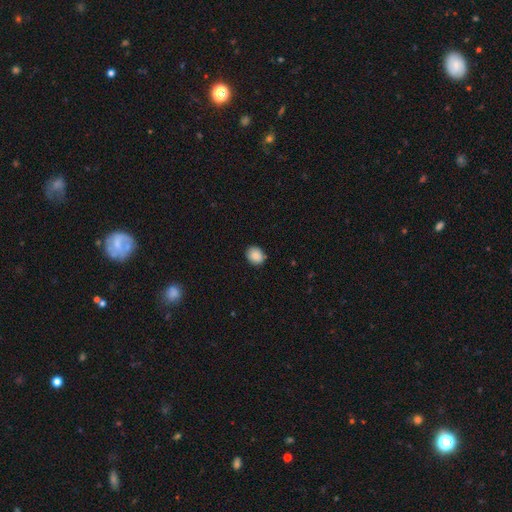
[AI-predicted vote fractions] Morphology: type=smooth (88%); roundness=round (57%); merging=none (85%).